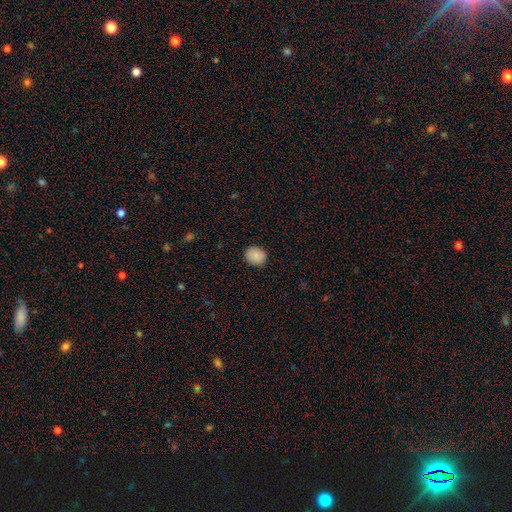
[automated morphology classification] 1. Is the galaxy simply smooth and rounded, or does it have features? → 88% smooth, 8% star or artifact, 4% featured or disk.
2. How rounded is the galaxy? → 69% round, 30% in between, 1% cigar-shaped.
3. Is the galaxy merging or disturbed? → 88% none, 9% minor disturbance, 2% major disturbance, 1% merger.